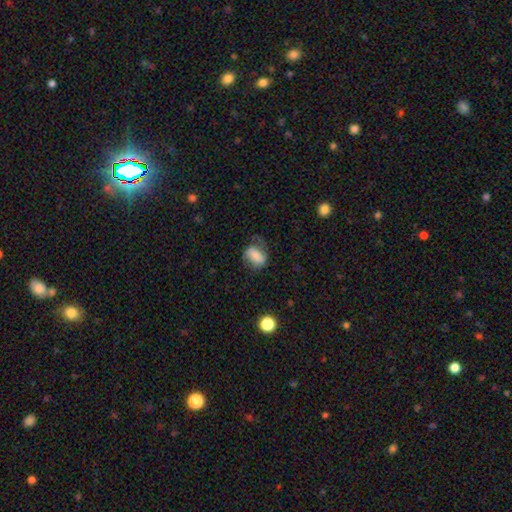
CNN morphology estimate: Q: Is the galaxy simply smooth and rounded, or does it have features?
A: smooth — 55%.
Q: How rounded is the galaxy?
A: in between — 76%.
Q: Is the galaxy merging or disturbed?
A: none — 45%.